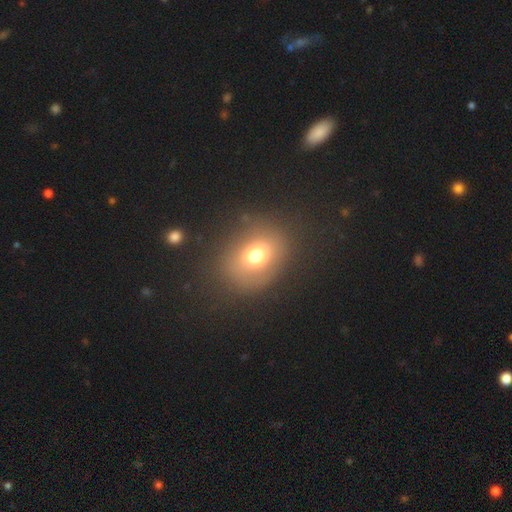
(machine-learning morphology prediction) Smooth or featured?
  - smooth: 69% *
  - star or artifact: 17%
  - featured or disk: 14%
How rounded?
  - round: 52% *
  - in between: 46%
  - cigar-shaped: 1%
Merging?
  - none: 76% *
  - minor disturbance: 13%
  - major disturbance: 9%
  - merger: 2%